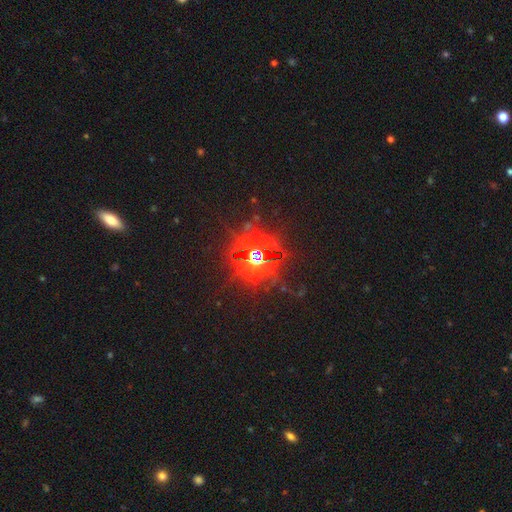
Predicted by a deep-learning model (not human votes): A star or artifact, not a galaxy (82%).